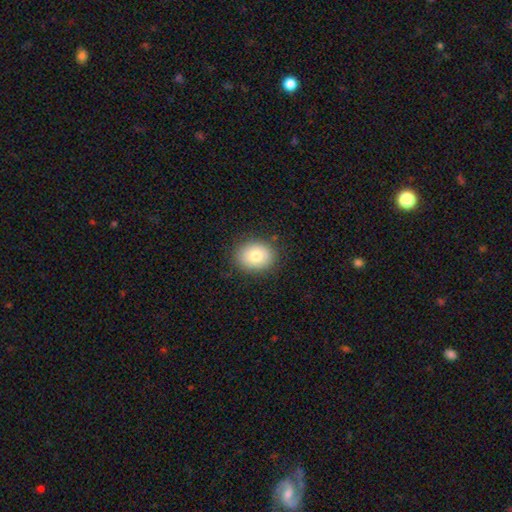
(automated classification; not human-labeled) smooth_or_featured: smooth (p=0.79) [alt: featured or disk p=0.12]
how_rounded: in between (p=0.52) [alt: round p=0.47]
merging: none (p=0.87) [alt: minor disturbance p=0.10]